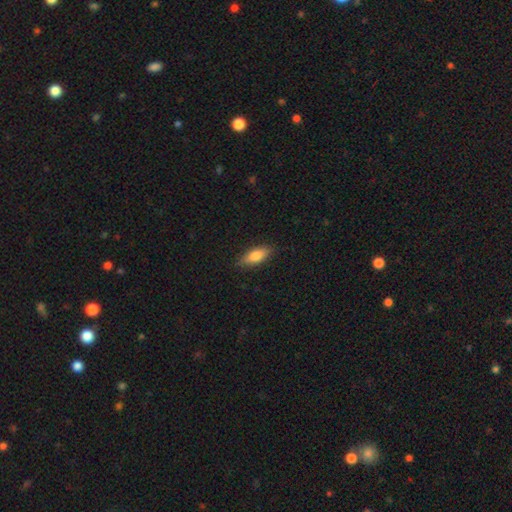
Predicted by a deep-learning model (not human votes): Q: Smooth or featured?
A: smooth (75%); runner-up: featured or disk (18%)
Q: How rounded?
A: in between (68%); runner-up: cigar-shaped (30%)
Q: Merging?
A: none (85%); runner-up: minor disturbance (11%)